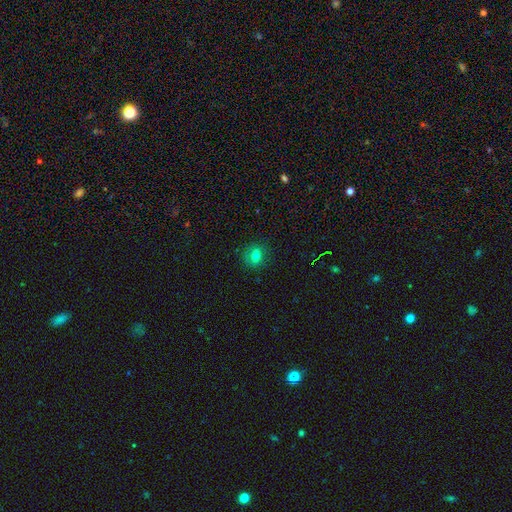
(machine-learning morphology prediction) A smooth galaxy with no disk features (70%) that is round (56%).

Vote fractions:
- Smooth or featured? smooth: 70% / star or artifact: 15% / featured or disk: 14%
- How rounded? round: 56% / in between: 42% / cigar-shaped: 2%
- Merging? none: 85% / minor disturbance: 11% / major disturbance: 3% / merger: 1%